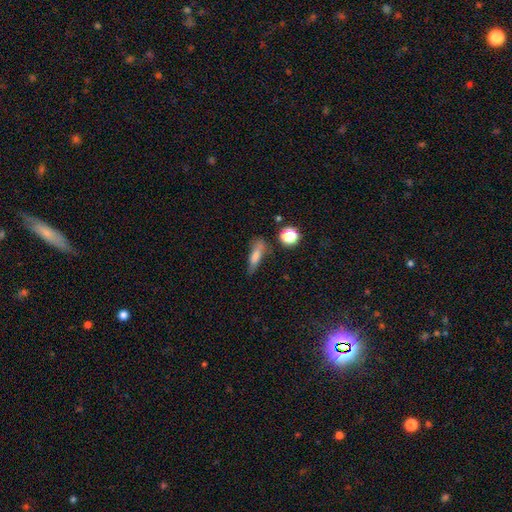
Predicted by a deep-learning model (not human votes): This is likely a smooth galaxy (67%). How rounded: likely cigar-shaped (61%). Merging: likely none (64%).